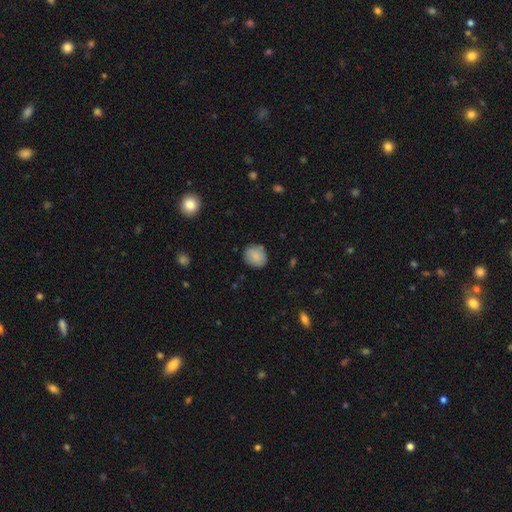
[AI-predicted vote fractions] This is clearly a smooth galaxy (85%). How rounded: likely round (71%). Merging: clearly none (82%).